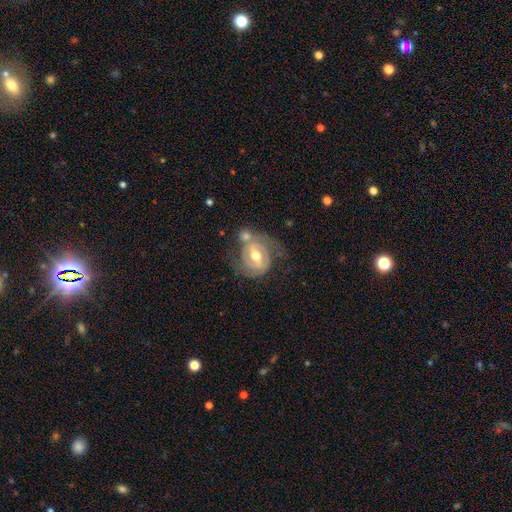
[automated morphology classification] This appears to be a featured or disk galaxy (80%) with a weak bar (49%), 2 (71%) tight (54%) spiral arms (87%) and a moderate central bulge (75%). Merging: none (49%).